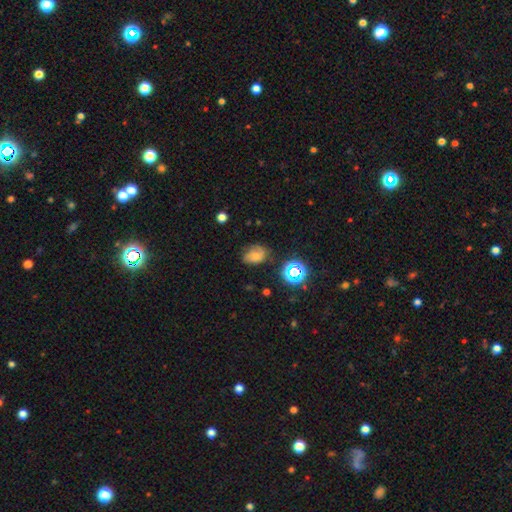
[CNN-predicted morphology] A smooth galaxy with no disk features (64%) that is in between round and cigar-shaped (70%). Merging: none (59%).